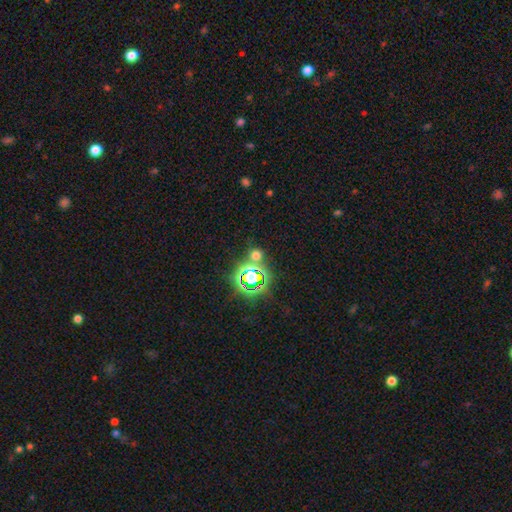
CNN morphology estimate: Smooth or featured? star or artifact (49%)